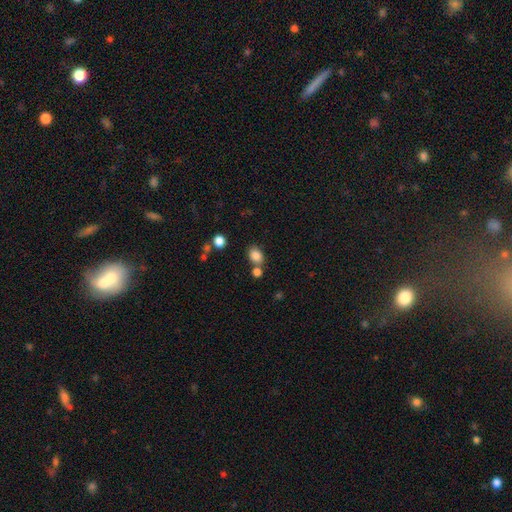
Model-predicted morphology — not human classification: This appears to be a smooth galaxy with no disk features (84%) that is in between round and cigar-shaped (66%). Merging: none (64%).